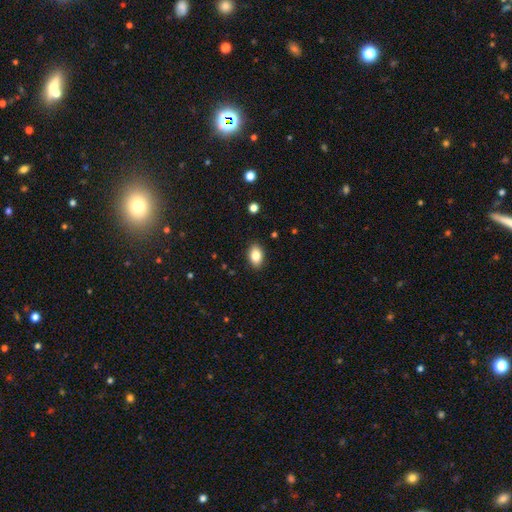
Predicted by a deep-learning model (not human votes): smooth_or_featured: smooth (p=0.85) [alt: star or artifact p=0.08]
how_rounded: in between (p=0.87) [alt: round p=0.12]
merging: none (p=0.89) [alt: minor disturbance p=0.08]